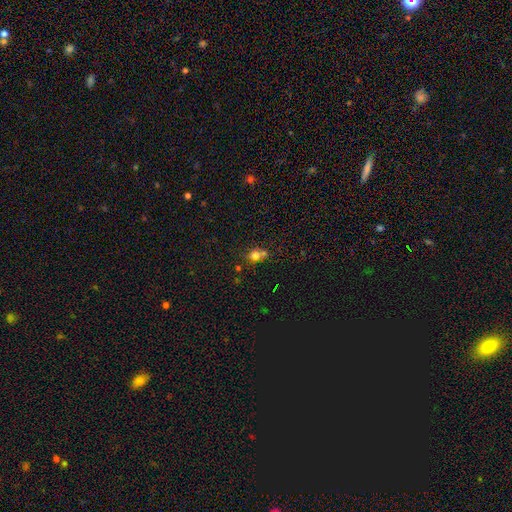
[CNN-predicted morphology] A smooth galaxy with no disk features (70%) that is round (71%).

Vote fractions:
- Smooth or featured? smooth: 70% / star or artifact: 18% / featured or disk: 12%
- How rounded? round: 71% / in between: 28% / cigar-shaped: 2%
- Merging? none: 47% / merger: 38% / minor disturbance: 11% / major disturbance: 5%